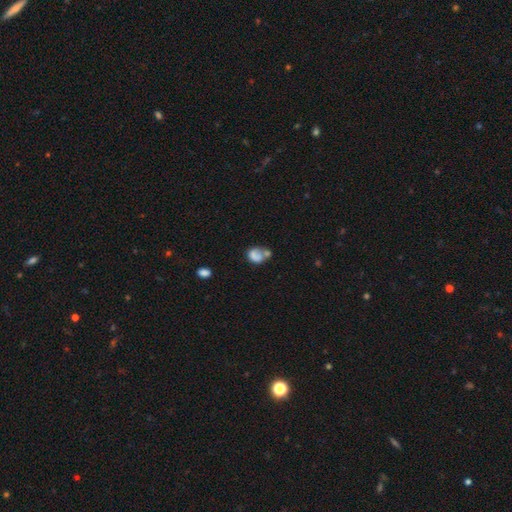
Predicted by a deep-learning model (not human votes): smooth_or_featured: smooth (p=0.68) [alt: featured or disk p=0.23]
how_rounded: in between (p=0.59) [alt: round p=0.40]
merging: merger (p=0.44) [alt: none p=0.26]